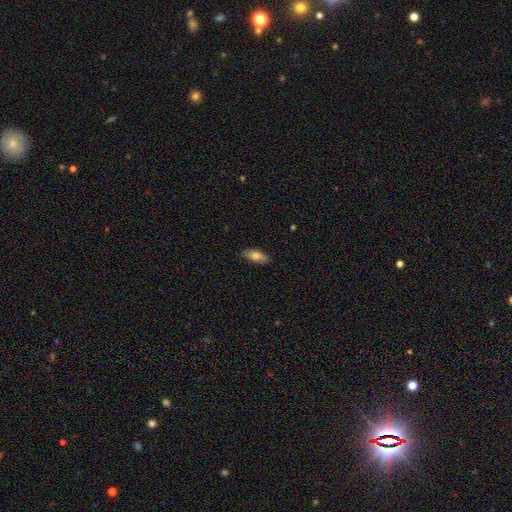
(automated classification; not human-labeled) A smooth galaxy with no disk features (71%) that is in between round and cigar-shaped (75%).

Vote fractions:
- Smooth or featured? smooth: 71% / featured or disk: 22% / star or artifact: 6%
- How rounded? in between: 75% / cigar-shaped: 22% / round: 3%
- Merging? none: 84% / minor disturbance: 13% / major disturbance: 2% / merger: 1%